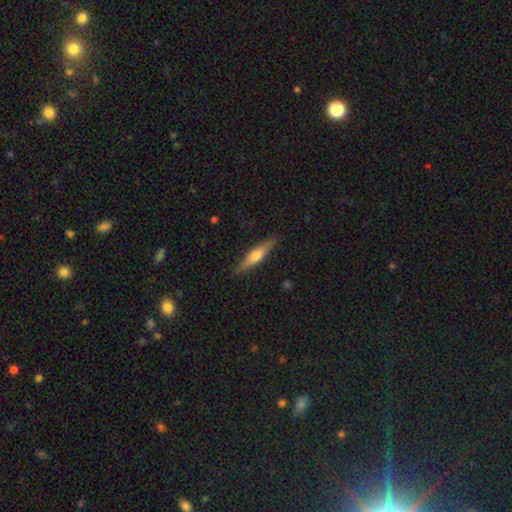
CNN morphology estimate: This appears to be a featured or disk galaxy (50%) viewed edge-on (94%). Merging: none (88%).